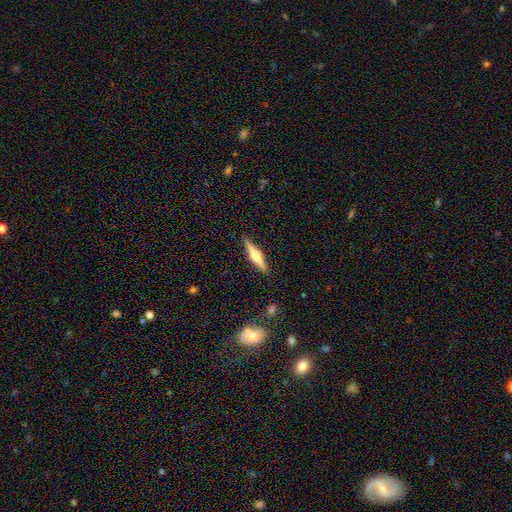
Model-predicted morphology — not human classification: This is possibly a featured or disk galaxy (59%). It is clearly viewed edge-on (97%). Edge-on bulge: clearly rounded (91%). Merging: clearly none (89%).